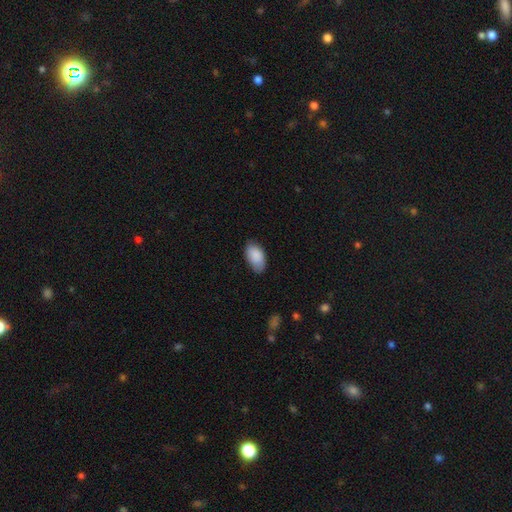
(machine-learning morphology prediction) The model was most divided on "merging": none: 76%, minor disturbance: 20%, major disturbance: 3%, merger: 1%. More confident: how rounded — in between (95%); smooth or featured — smooth (89%).